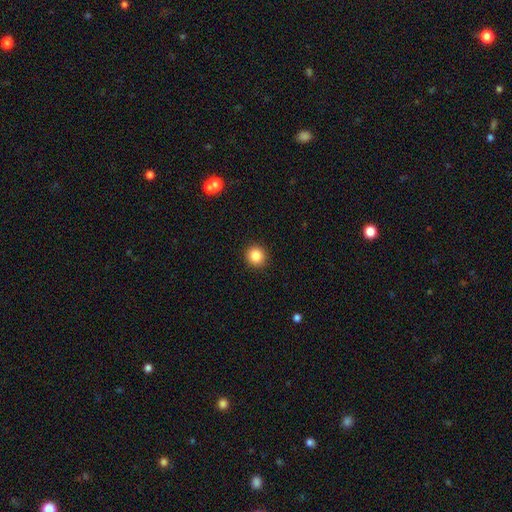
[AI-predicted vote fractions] This is clearly a smooth galaxy (85%). How rounded: clearly round (91%). Merging: clearly none (92%).